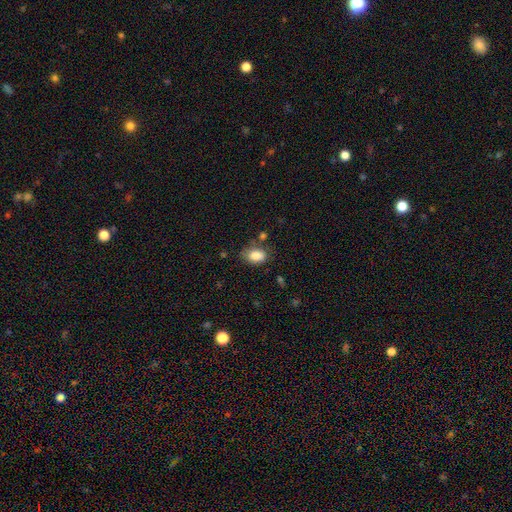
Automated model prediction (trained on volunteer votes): Overall: smooth (86%). How rounded: in between (84%). Merging: none (67%).